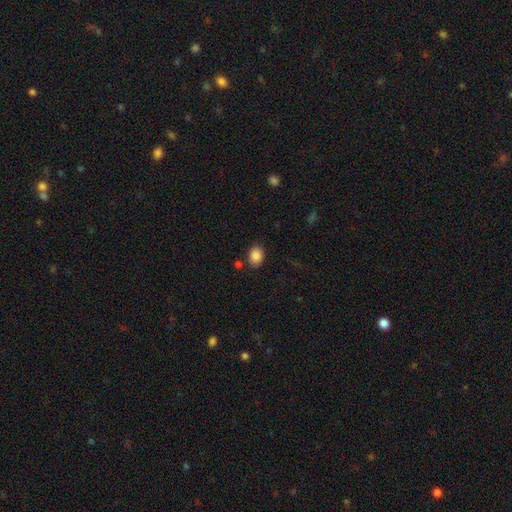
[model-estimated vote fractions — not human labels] The model was most divided on "how rounded": in between: 69%, round: 30%, cigar-shaped: 1%. More confident: smooth or featured — smooth (87%); merging — none (82%).